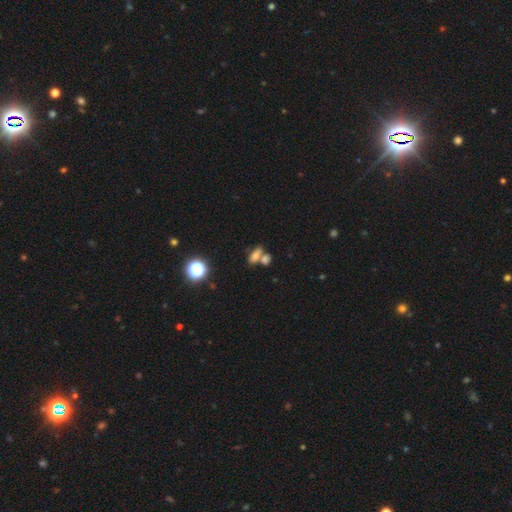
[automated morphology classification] Smooth or featured?
  - smooth: 68% *
  - star or artifact: 16%
  - featured or disk: 16%
How rounded?
  - in between: 71% *
  - cigar-shaped: 17%
  - round: 13%
Merging?
  - merger: 48% *
  - none: 39%
  - minor disturbance: 9%
  - major disturbance: 4%